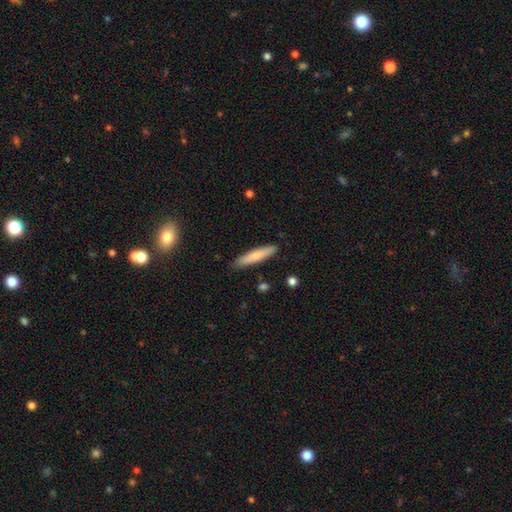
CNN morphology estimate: Smooth or featured? smooth (75%)
How rounded? cigar-shaped (88%)
Merging? none (88%)